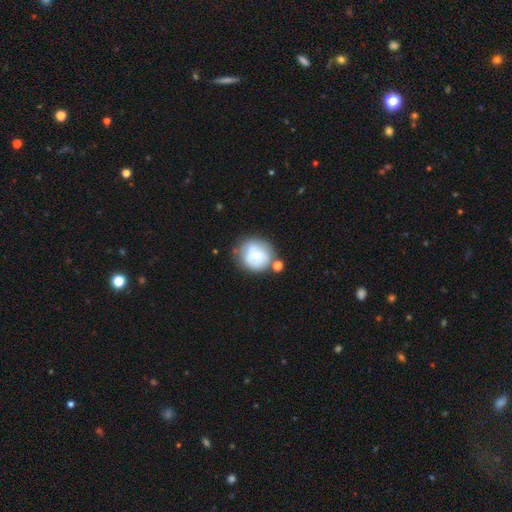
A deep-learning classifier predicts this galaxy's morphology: A smooth galaxy with no disk features (56%) that is round (78%).

Vote fractions:
- Smooth or featured? smooth: 56% / featured or disk: 35% / star or artifact: 9%
- How rounded? round: 78% / in between: 21% / cigar-shaped: 1%
- Merging? none: 47% / minor disturbance: 23% / merger: 18% / major disturbance: 12%